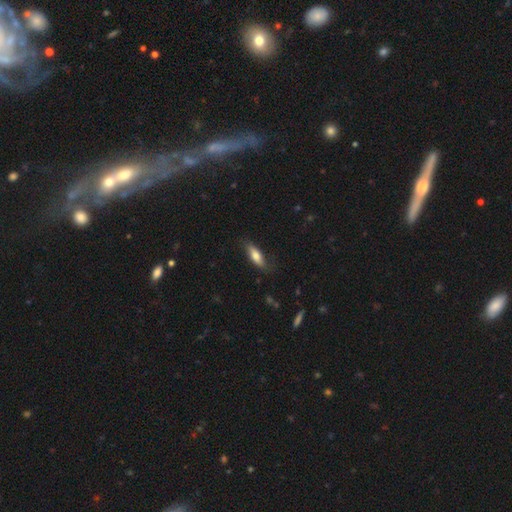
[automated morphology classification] Q: Smooth or featured?
A: smooth (71%); runner-up: featured or disk (23%)
Q: How rounded?
A: in between (57%); runner-up: cigar-shaped (41%)
Q: Merging?
A: none (73%); runner-up: minor disturbance (21%)